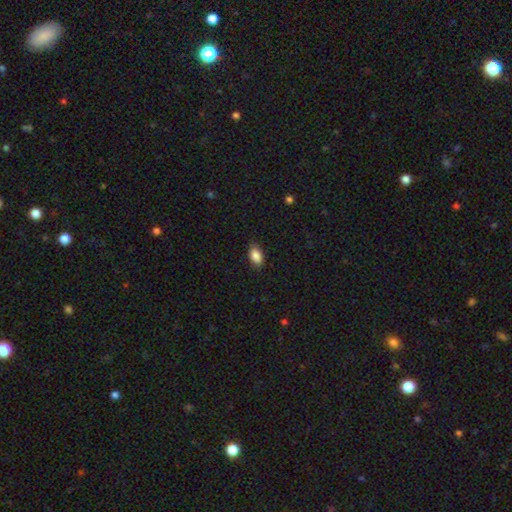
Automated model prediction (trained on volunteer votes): Smooth or featured?
  - smooth: 87% *
  - star or artifact: 8%
  - featured or disk: 5%
How rounded?
  - in between: 91% *
  - round: 6%
  - cigar-shaped: 3%
Merging?
  - none: 85% *
  - minor disturbance: 12%
  - major disturbance: 2%
  - merger: 1%